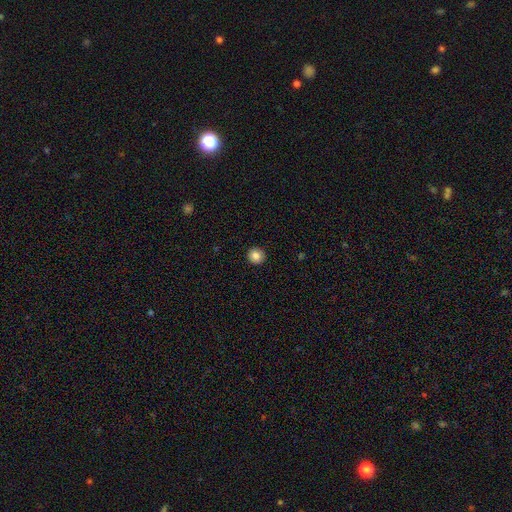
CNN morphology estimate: A smooth galaxy with no disk features (83%) that is round (95%). Merging: none (93%).